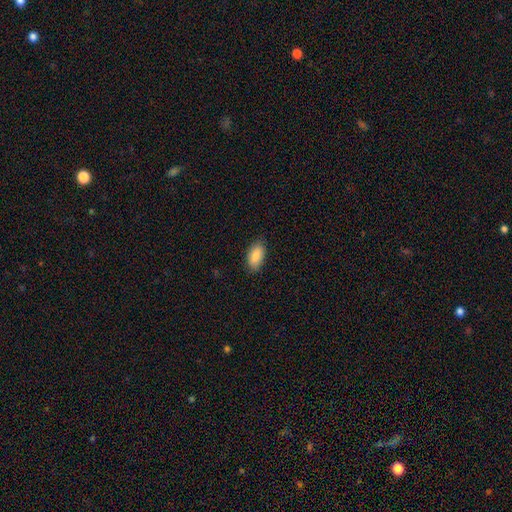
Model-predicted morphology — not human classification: Q: Smooth or featured?
A: smooth (87%); runner-up: star or artifact (6%)
Q: How rounded?
A: in between (93%); runner-up: cigar-shaped (5%)
Q: Merging?
A: none (85%); runner-up: minor disturbance (12%)